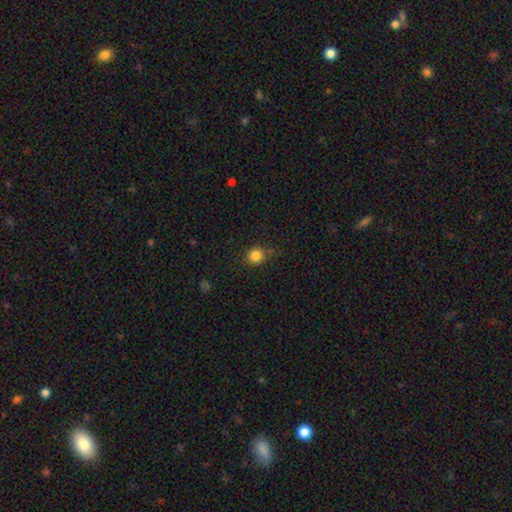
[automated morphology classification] type=smooth (83%); roundness=round (85%); merging=none (77%).